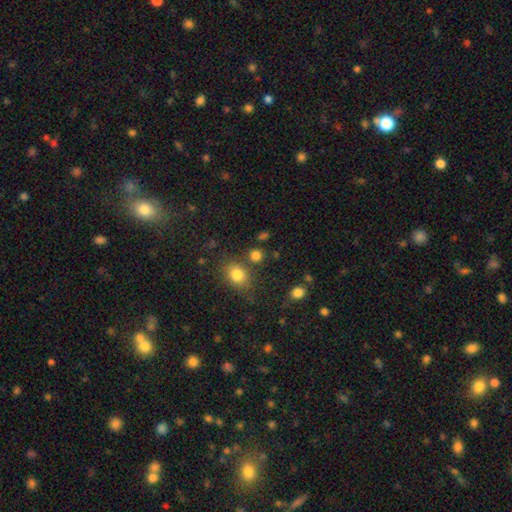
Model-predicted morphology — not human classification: Q: Smooth or featured?
A: smooth (80%); runner-up: star or artifact (14%)
Q: How rounded?
A: round (72%); runner-up: in between (27%)
Q: Merging?
A: none (73%); runner-up: merger (12%)